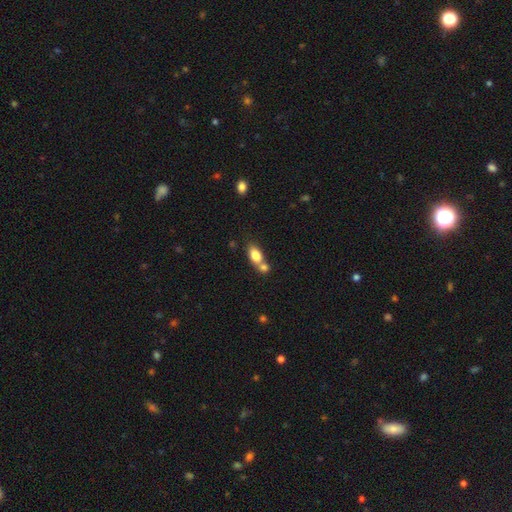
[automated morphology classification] Smooth or featured: smooth — 79% (featured or disk — 12%)
How rounded: in between — 83% (round — 12%)
Merging: merger — 49% (none — 37%)